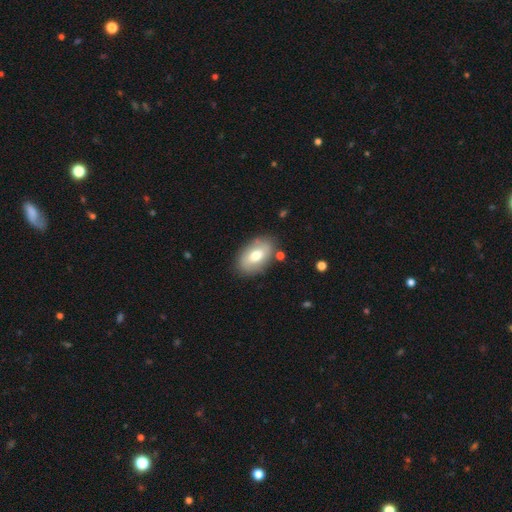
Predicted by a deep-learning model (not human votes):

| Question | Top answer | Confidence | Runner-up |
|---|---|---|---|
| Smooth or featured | smooth | 68% | featured or disk (25%) |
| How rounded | in between | 91% | round (7%) |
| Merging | none | 81% | minor disturbance (12%) |